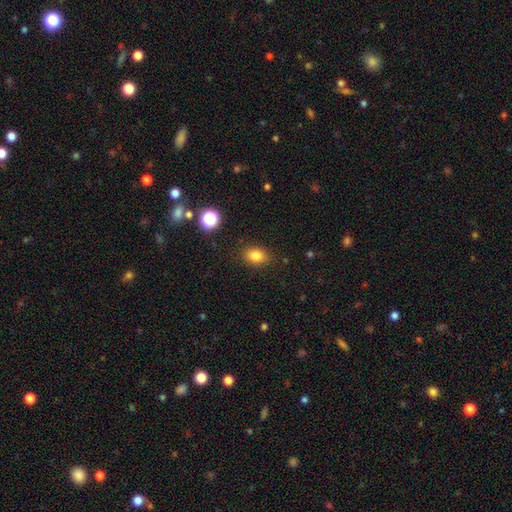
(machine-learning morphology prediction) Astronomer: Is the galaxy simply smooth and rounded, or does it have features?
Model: smooth — 82%.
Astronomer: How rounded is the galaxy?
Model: in between — 70%.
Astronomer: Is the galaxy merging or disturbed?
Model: none — 85%.